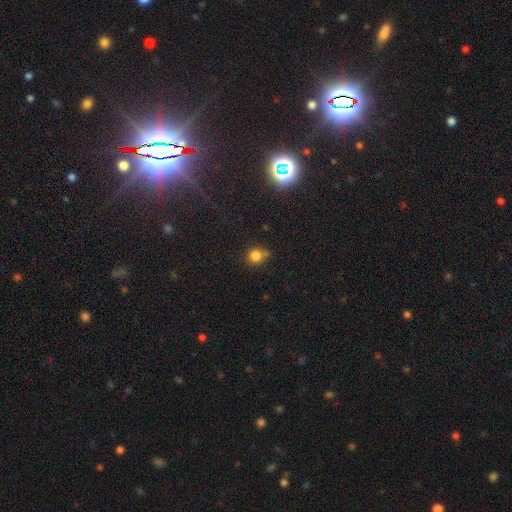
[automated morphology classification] A smooth galaxy with no disk features (80%) that is round (85%). Merging: none (61%).